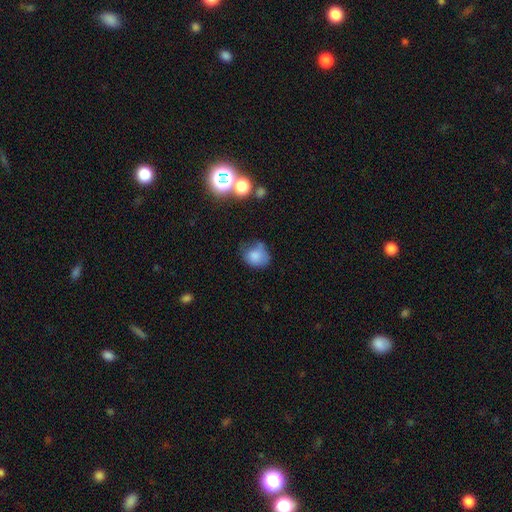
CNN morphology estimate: smooth_or_featured: smooth (p=0.78) [alt: star or artifact p=0.11]
how_rounded: round (p=0.61) [alt: in between p=0.38]
merging: none (p=0.48) [alt: minor disturbance p=0.32]